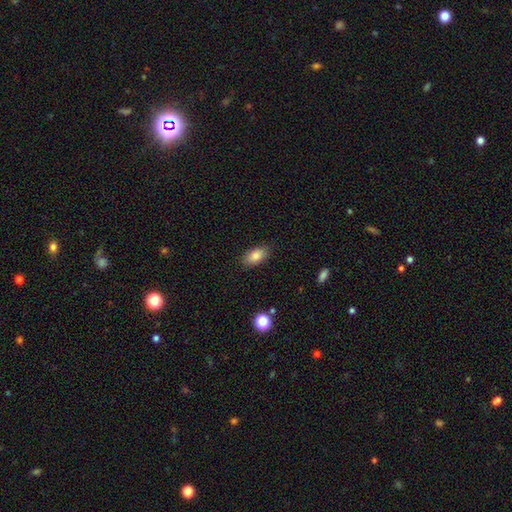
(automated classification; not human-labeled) This is clearly a smooth galaxy (84%). How rounded: clearly in between (91%). Merging: clearly none (86%).